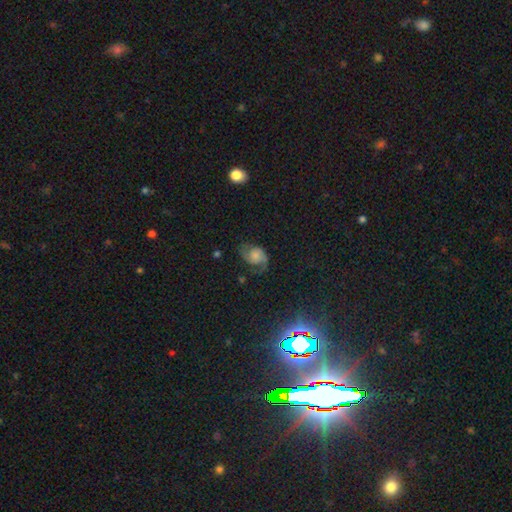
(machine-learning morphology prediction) This is likely a featured or disk galaxy (68%). It is clearly not viewed edge-on (98%). Bar: likely no (70%). Spiral arm pattern: clearly yes (94%). Spiral arm count: clearly 2 (84%). Spiral winding: possibly medium (48%). Central bulge: marginally moderate (30%, tied with small). Merging: likely none (60%).